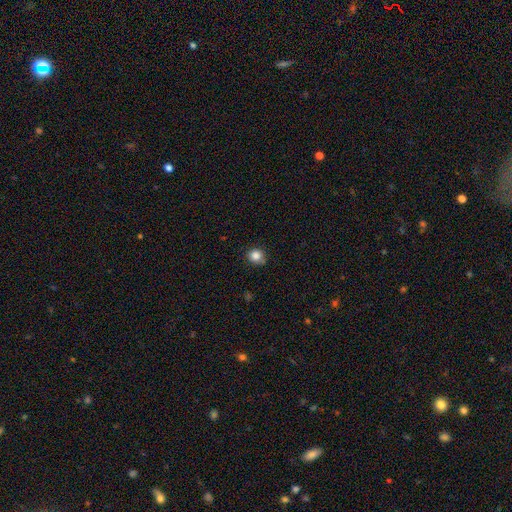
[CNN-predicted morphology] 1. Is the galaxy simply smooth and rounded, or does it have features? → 84% smooth, 11% star or artifact, 5% featured or disk.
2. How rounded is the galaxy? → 86% round, 14% in between, 1% cigar-shaped.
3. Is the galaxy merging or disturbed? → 81% none, 14% minor disturbance, 3% major disturbance, 2% merger.